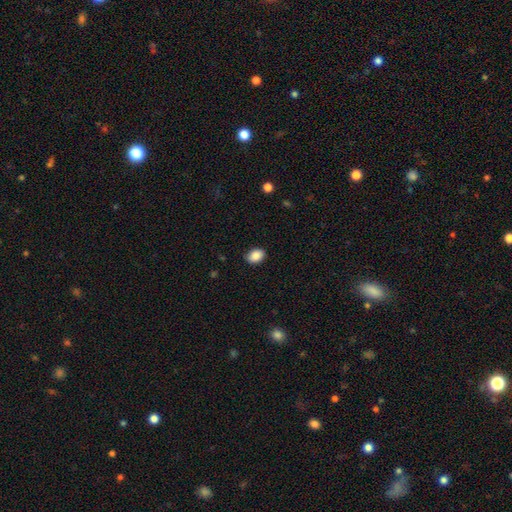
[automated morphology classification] A smooth galaxy with no disk features (89%) that is in between round and cigar-shaped (79%). Merging: none (86%).